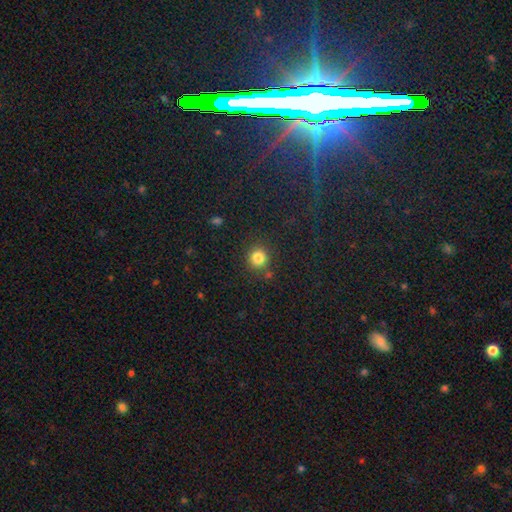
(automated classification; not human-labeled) Overall: smooth (75%). How rounded: round (94%). Merging: none (89%).